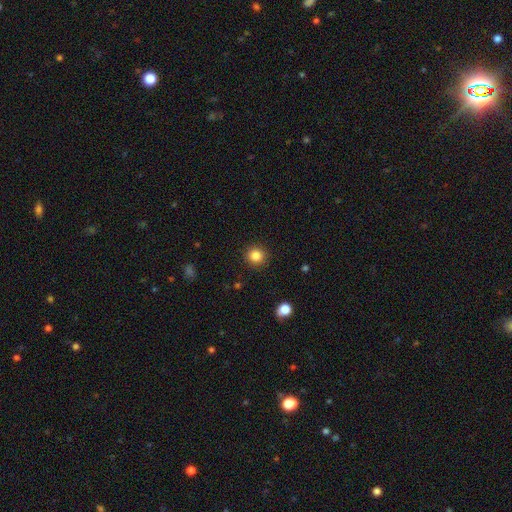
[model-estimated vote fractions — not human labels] smooth 85%, star or artifact 11%, featured or disk 4%. Down the decision tree: how rounded — round (92%); merging — none (91%).